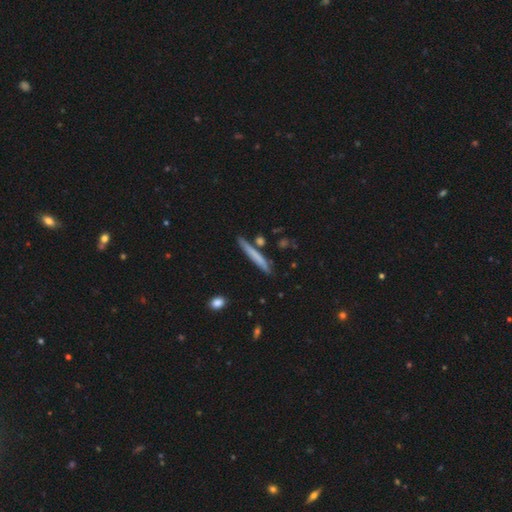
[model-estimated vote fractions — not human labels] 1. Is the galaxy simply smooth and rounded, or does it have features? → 64% smooth, 30% featured or disk, 6% star or artifact.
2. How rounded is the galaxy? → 95% cigar-shaped, 3% in between, 2% round.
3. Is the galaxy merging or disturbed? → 81% none, 12% minor disturbance, 5% merger, 2% major disturbance.